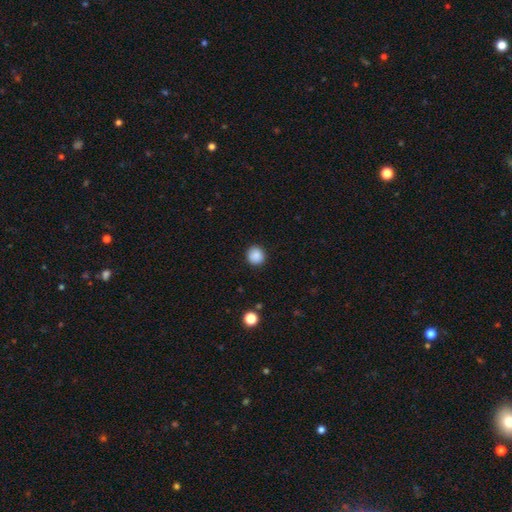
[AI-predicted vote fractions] This is clearly a smooth galaxy (88%). How rounded: clearly round (91%). Merging: clearly none (91%).